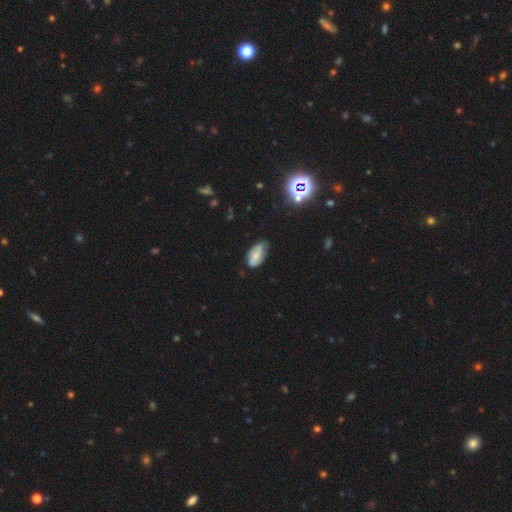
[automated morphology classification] Smooth or featured? Predicted: smooth (p=0.60). How rounded? Predicted: in between (p=0.93). Merging? Predicted: none (p=0.48).